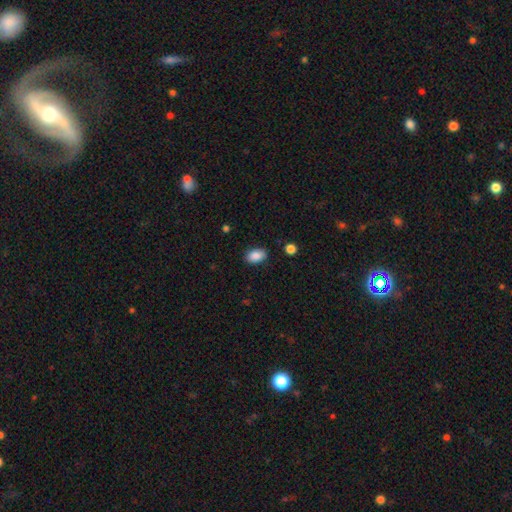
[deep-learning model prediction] Smooth or featured?
  - smooth: 88% *
  - star or artifact: 8%
  - featured or disk: 4%
How rounded?
  - in between: 90% *
  - round: 9%
  - cigar-shaped: 1%
Merging?
  - none: 86% *
  - minor disturbance: 10%
  - major disturbance: 2%
  - merger: 1%